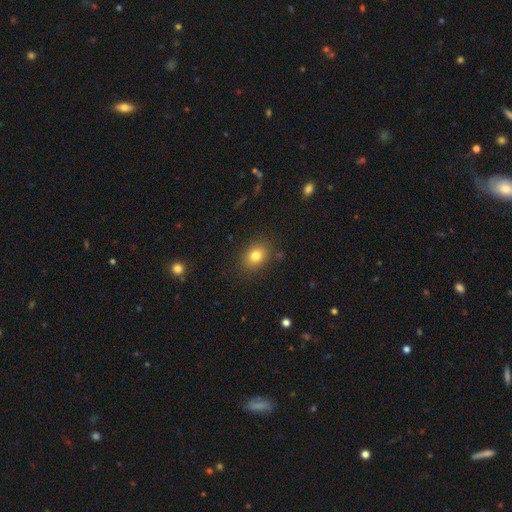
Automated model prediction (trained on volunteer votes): The model was most divided on "how rounded": in between: 60%, round: 39%, cigar-shaped: 1%. More confident: merging — none (85%); smooth or featured — smooth (80%).